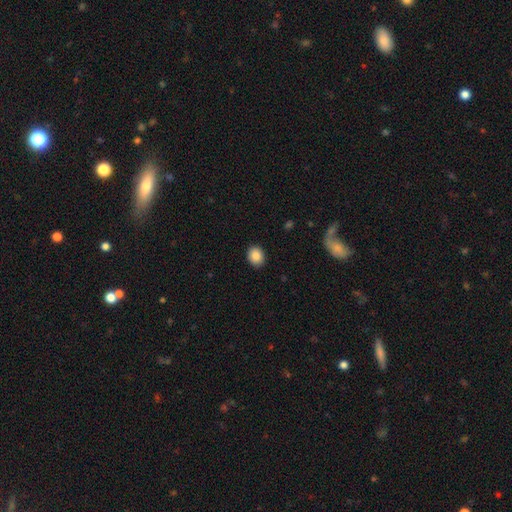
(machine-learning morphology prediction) smooth-or-featured: smooth: 88% | star or artifact: 8% | featured or disk: 4%
  how-rounded: round: 62% | in between: 37% | cigar-shaped: 1%
  merging: none: 91% | minor disturbance: 7% | major disturbance: 2% | merger: 1%